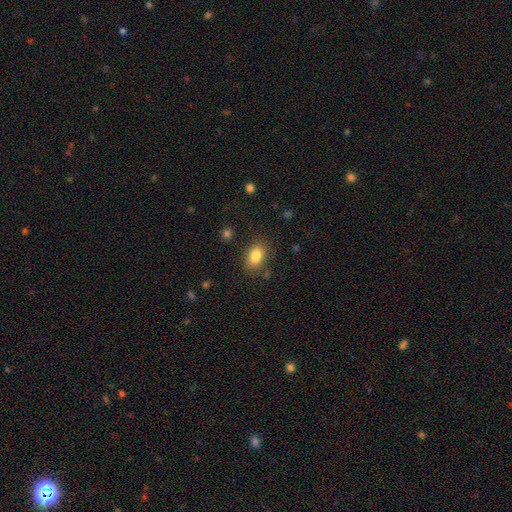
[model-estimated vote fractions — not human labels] smooth-or-featured: smooth: 83% | star or artifact: 9% | featured or disk: 8%
  how-rounded: in between: 79% | round: 19% | cigar-shaped: 1%
  merging: none: 82% | minor disturbance: 12% | major disturbance: 4% | merger: 2%